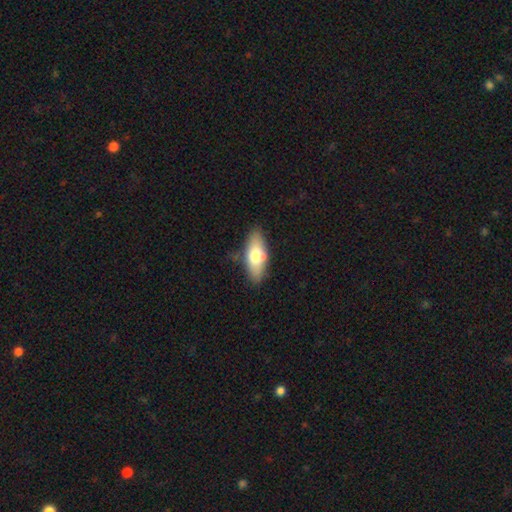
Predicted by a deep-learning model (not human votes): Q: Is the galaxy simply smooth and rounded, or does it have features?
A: smooth — 67%.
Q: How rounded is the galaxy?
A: in between — 74%.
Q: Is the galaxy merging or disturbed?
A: none — 74%.